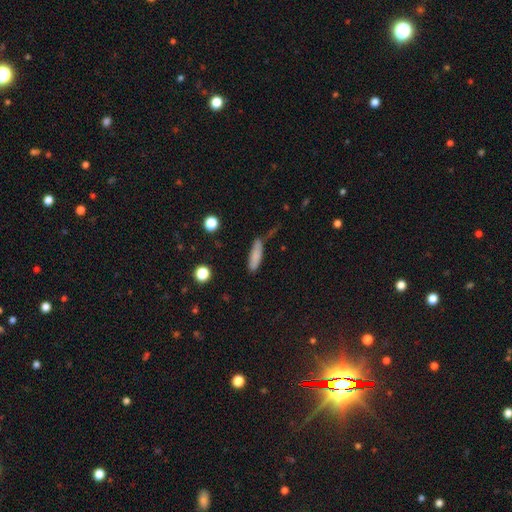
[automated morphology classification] The model was most divided on "how rounded": cigar-shaped: 61%, in between: 37%, round: 2%. More confident: smooth or featured — smooth (82%); merging — none (61%).